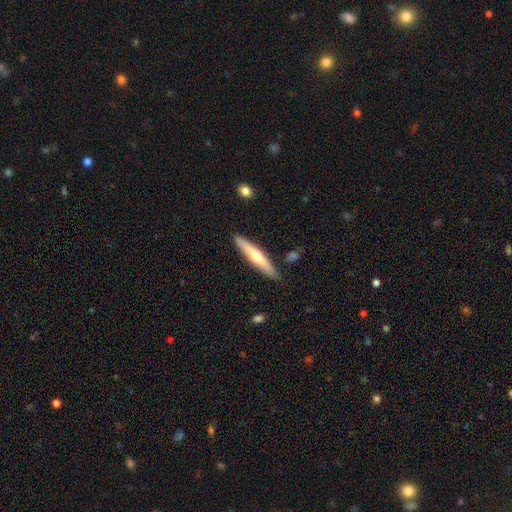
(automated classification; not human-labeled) smooth 49%, featured or disk 45%, star or artifact 5%. Down the decision tree: merging — none (89%).